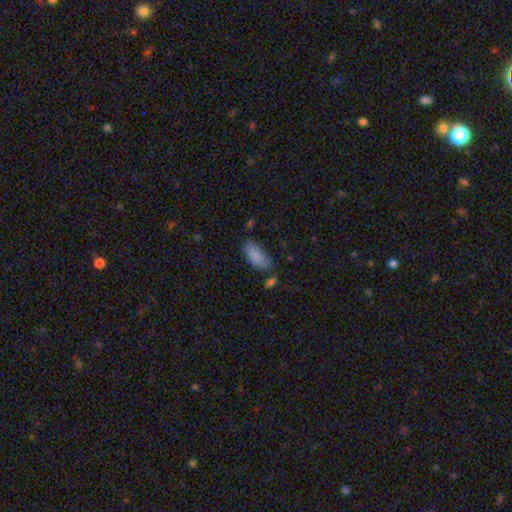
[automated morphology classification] smooth 85%, featured or disk 8%, star or artifact 7%. Down the decision tree: how rounded — in between (90%); merging — none (71%).